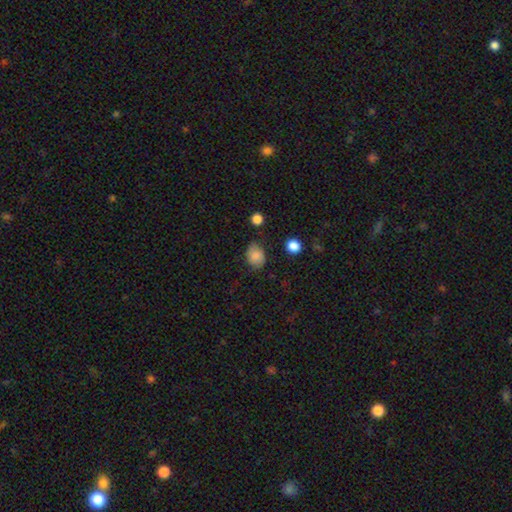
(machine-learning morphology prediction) smooth-or-featured: smooth: 83% | star or artifact: 9% | featured or disk: 7%
  how-rounded: in between: 54% | round: 45% | cigar-shaped: 1%
  merging: none: 72% | minor disturbance: 21% | major disturbance: 5% | merger: 2%